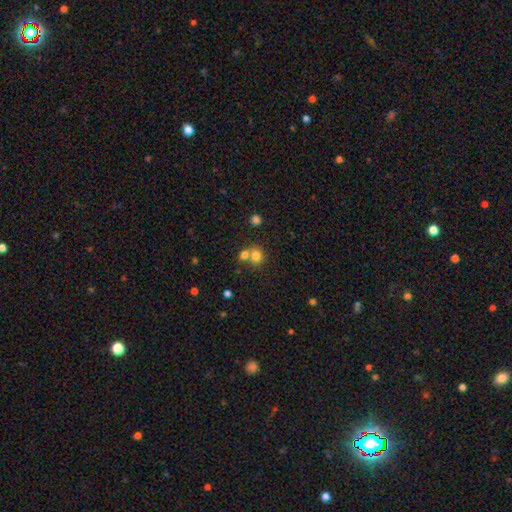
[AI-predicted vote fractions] Q: Smooth or featured?
A: smooth (78%); runner-up: star or artifact (12%)
Q: How rounded?
A: round (75%); runner-up: in between (24%)
Q: Merging?
A: merger (47%); runner-up: none (43%)